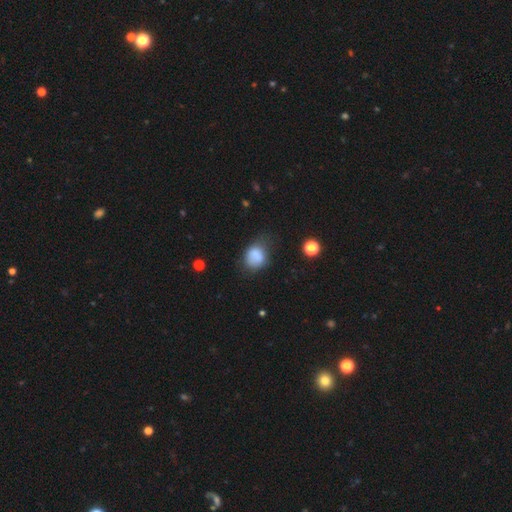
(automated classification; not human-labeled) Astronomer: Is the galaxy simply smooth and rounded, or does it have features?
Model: smooth — 81%.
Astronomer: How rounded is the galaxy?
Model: round — 55% (runner-up: in between, 44%).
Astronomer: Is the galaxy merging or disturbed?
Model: none — 49% (runner-up: minor disturbance, 33%).